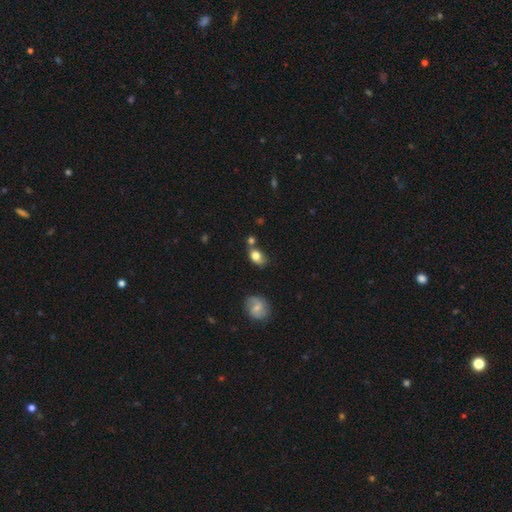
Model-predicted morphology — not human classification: Smooth or featured: smooth — 76% (featured or disk — 15%)
How rounded: in between — 71% (round — 27%)
Merging: none — 46% (minor disturbance — 25%)